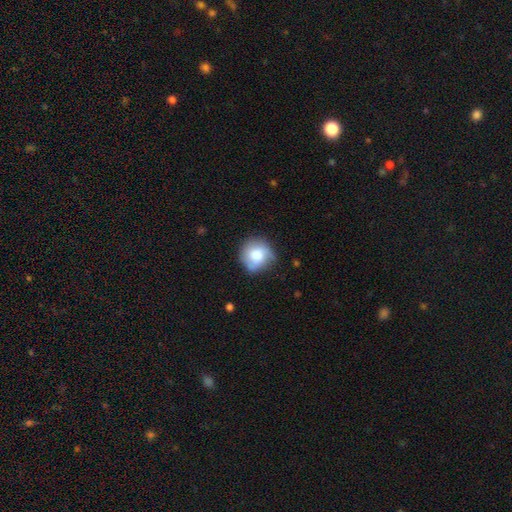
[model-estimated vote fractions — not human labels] A smooth galaxy with no disk features (73%) that is round (88%). Merging: none (66%).